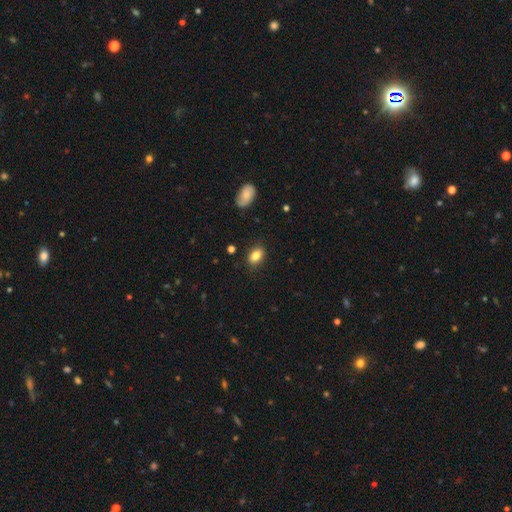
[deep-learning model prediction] Smooth or featured? Predicted: smooth (p=0.83). How rounded? Predicted: in between (p=0.81). Merging? Predicted: none (p=0.84).